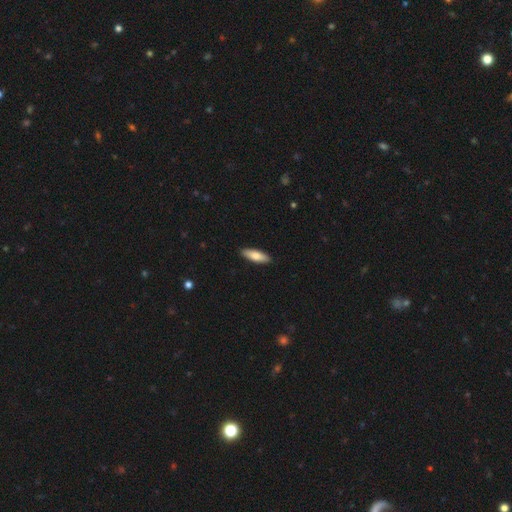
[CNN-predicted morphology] smooth-or-featured: smooth: 78% | featured or disk: 17% | star or artifact: 5%
  how-rounded: in between: 52% | cigar-shaped: 46% | round: 2%
  merging: none: 90% | minor disturbance: 7% | major disturbance: 1% | merger: 1%